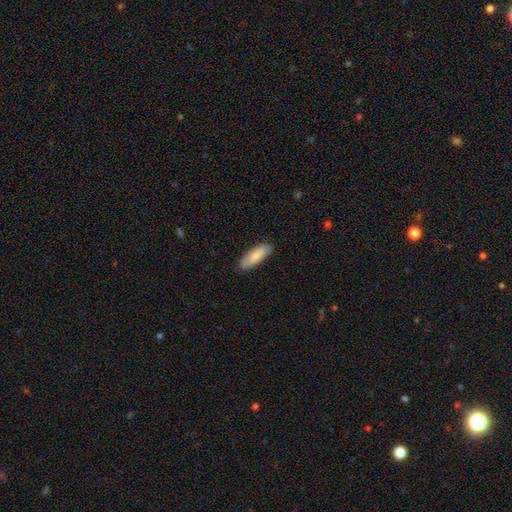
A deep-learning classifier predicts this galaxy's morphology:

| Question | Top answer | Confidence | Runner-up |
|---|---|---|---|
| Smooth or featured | smooth | 82% | featured or disk (13%) |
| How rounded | in between | 63% | cigar-shaped (36%) |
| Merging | none | 84% | minor disturbance (13%) |